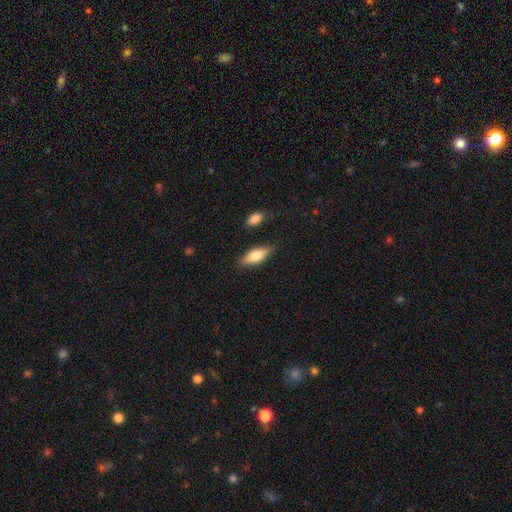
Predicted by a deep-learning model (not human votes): Q: Smooth or featured?
A: smooth (64%); runner-up: featured or disk (30%)
Q: How rounded?
A: in between (64%); runner-up: cigar-shaped (33%)
Q: Merging?
A: none (83%); runner-up: minor disturbance (12%)